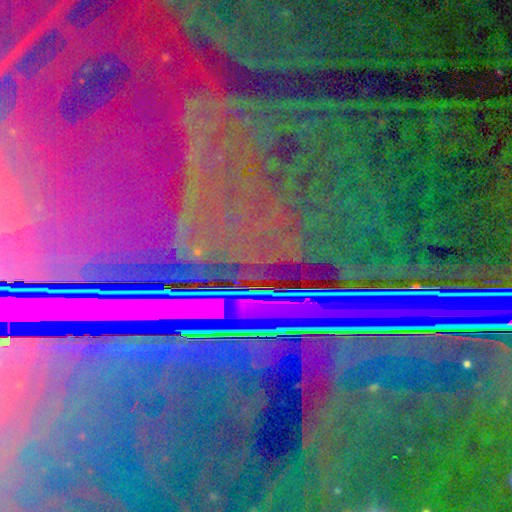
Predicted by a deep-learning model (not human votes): Overall: star or artifact (87%).